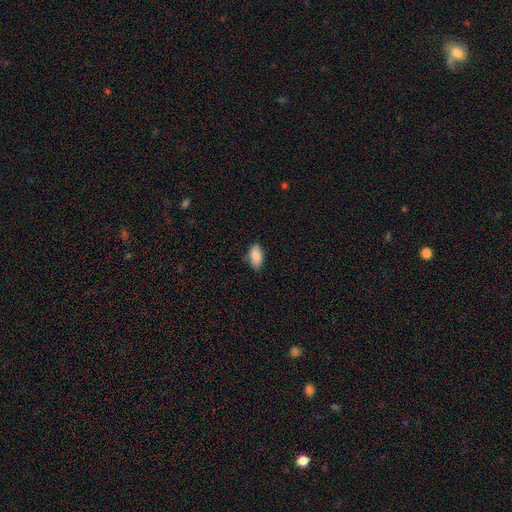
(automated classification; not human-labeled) Q: Smooth or featured?
A: smooth (88%); runner-up: star or artifact (7%)
Q: How rounded?
A: in between (92%); runner-up: cigar-shaped (4%)
Q: Merging?
A: none (77%); runner-up: minor disturbance (18%)